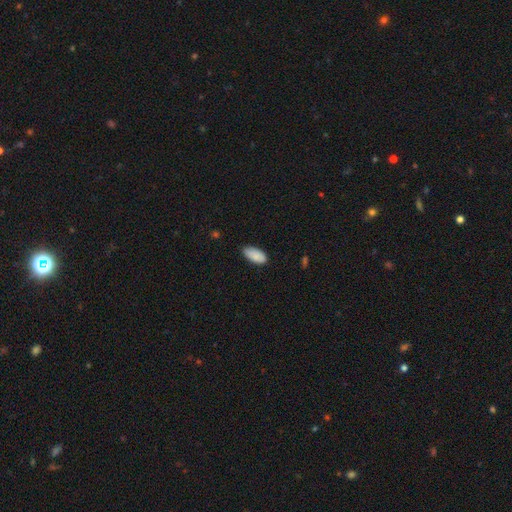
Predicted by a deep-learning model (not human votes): The model was most divided on "merging": none: 77%, minor disturbance: 20%, major disturbance: 2%, merger: 1%. More confident: how rounded — in between (93%); smooth or featured — smooth (87%).